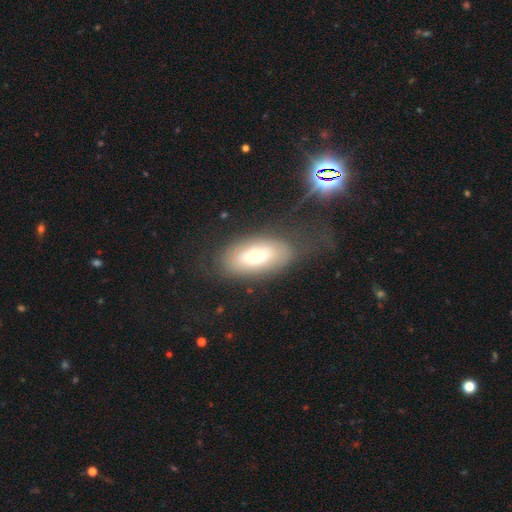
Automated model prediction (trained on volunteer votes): Smooth or featured: smooth — 52% (featured or disk — 36%)
How rounded: in between — 88% (cigar-shaped — 7%)
Merging: none — 63% (minor disturbance — 19%)